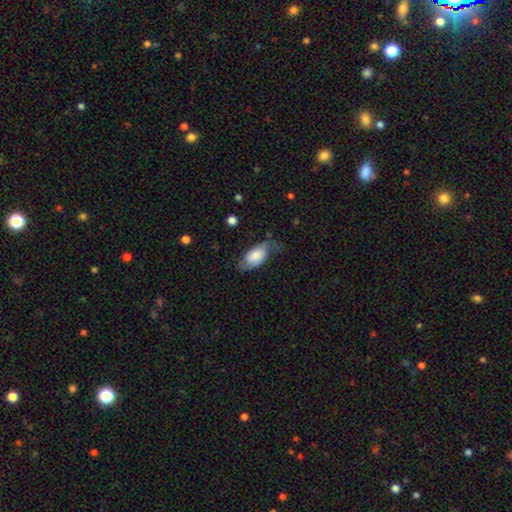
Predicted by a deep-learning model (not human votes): A smooth galaxy with no disk features (60%) that is in between round and cigar-shaped (92%). Merging: none (51%).